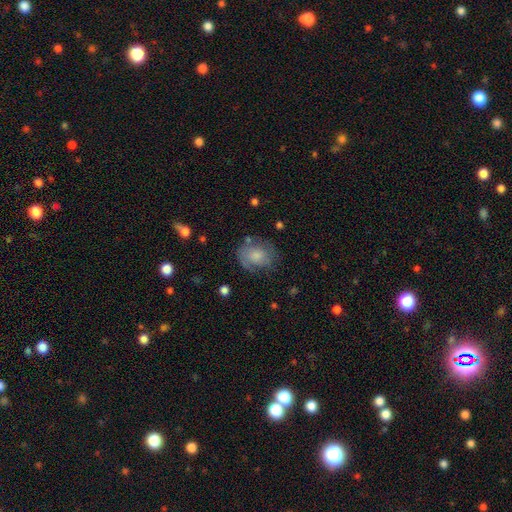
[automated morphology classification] A smooth galaxy with no disk features (58%) that is round (55%).

Vote fractions:
- Smooth or featured? smooth: 58% / featured or disk: 34% / star or artifact: 9%
- How rounded? round: 55% / in between: 44% / cigar-shaped: 1%
- Merging? none: 60% / minor disturbance: 24% / major disturbance: 13% / merger: 2%